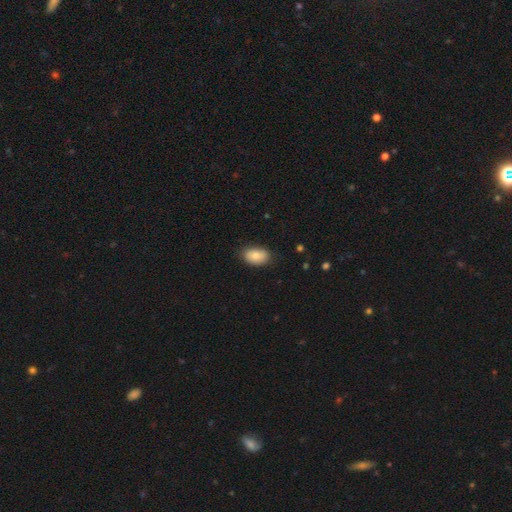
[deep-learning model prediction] A smooth galaxy with no disk features (84%) that is in between round and cigar-shaped (91%). Merging: none (82%).